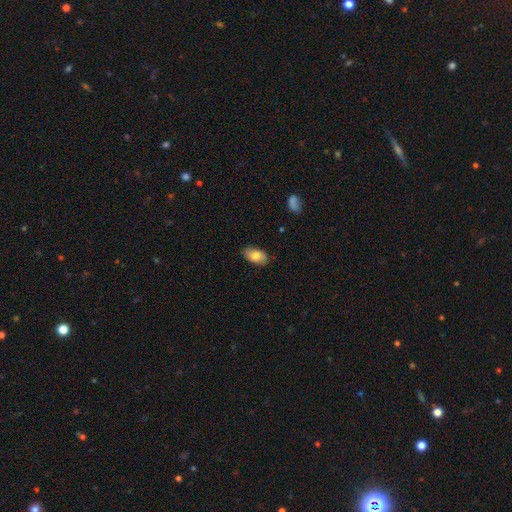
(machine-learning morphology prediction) Smooth or featured: smooth — 81% (featured or disk — 13%)
How rounded: in between — 94% (round — 4%)
Merging: none — 82% (minor disturbance — 15%)